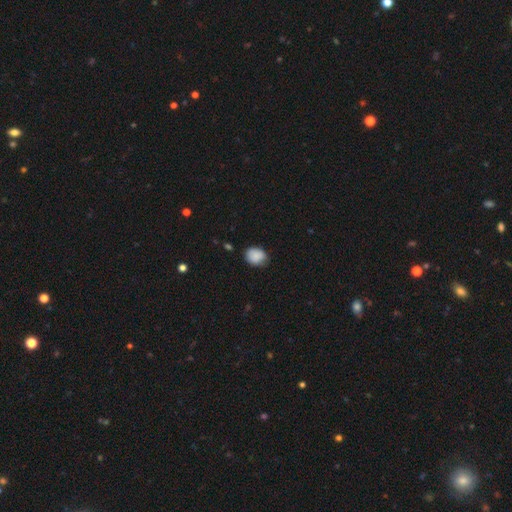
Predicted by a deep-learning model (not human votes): smooth 87%, star or artifact 8%, featured or disk 5%. Down the decision tree: how rounded — in between (50%); merging — none (70%).